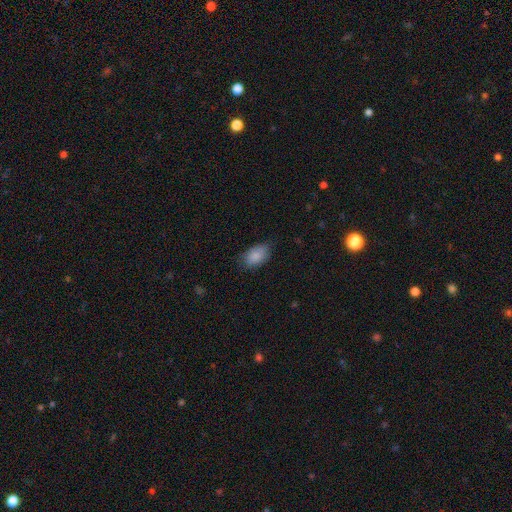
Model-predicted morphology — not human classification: Smooth or featured? Predicted: smooth (p=0.87). How rounded? Predicted: in between (p=0.92). Merging? Predicted: none (p=0.74).